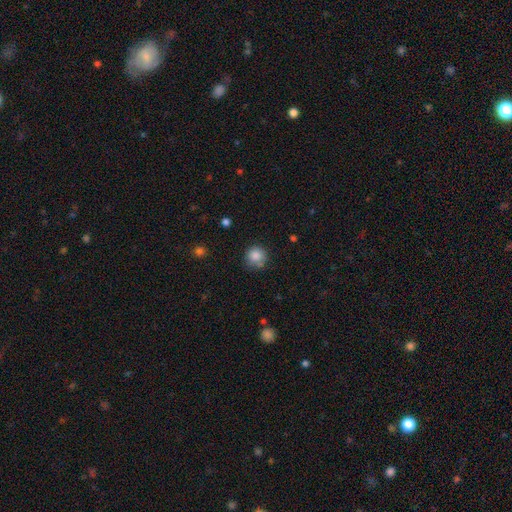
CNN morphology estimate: smooth 85%, star or artifact 10%, featured or disk 5%. Down the decision tree: how rounded — round (92%); merging — none (75%).